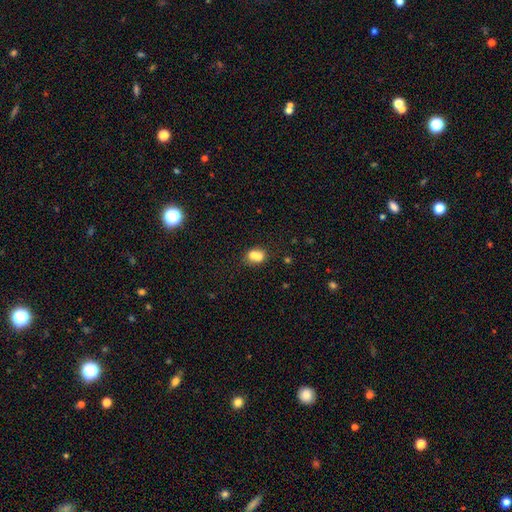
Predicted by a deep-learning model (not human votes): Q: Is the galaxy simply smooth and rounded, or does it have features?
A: smooth — 70%.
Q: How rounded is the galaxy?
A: round — 52%.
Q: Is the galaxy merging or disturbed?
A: merger — 61%.